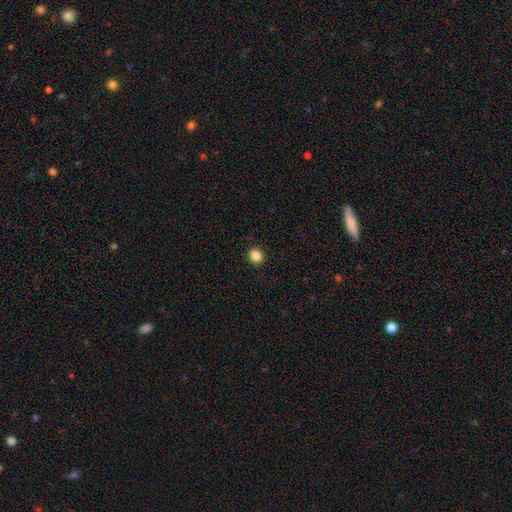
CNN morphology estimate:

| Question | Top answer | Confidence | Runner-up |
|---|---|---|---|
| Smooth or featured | smooth | 86% | star or artifact (11%) |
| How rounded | round | 78% | in between (21%) |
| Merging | none | 92% | minor disturbance (6%) |